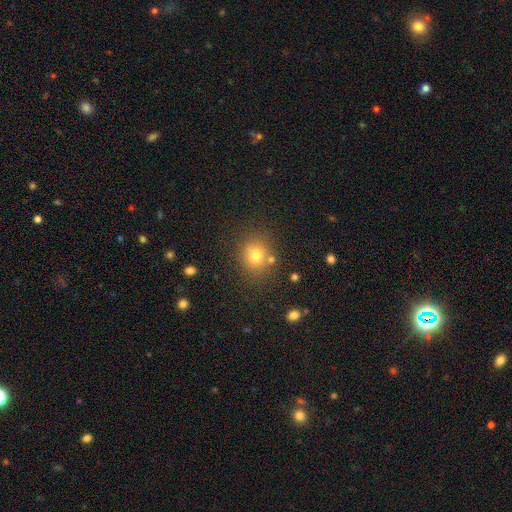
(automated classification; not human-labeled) The model was most divided on "smooth or featured": smooth: 74%, star or artifact: 16%, featured or disk: 10%. More confident: how rounded — round (80%); merging — none (77%).